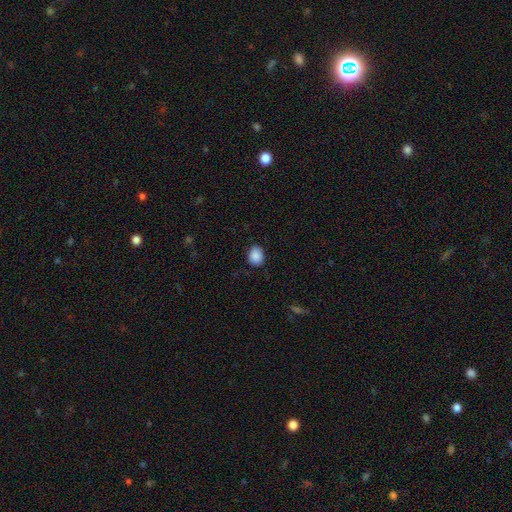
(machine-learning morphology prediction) Smooth or featured: smooth — 88% (star or artifact — 8%)
How rounded: in between — 50% (round — 49%)
Merging: none — 82% (minor disturbance — 14%)